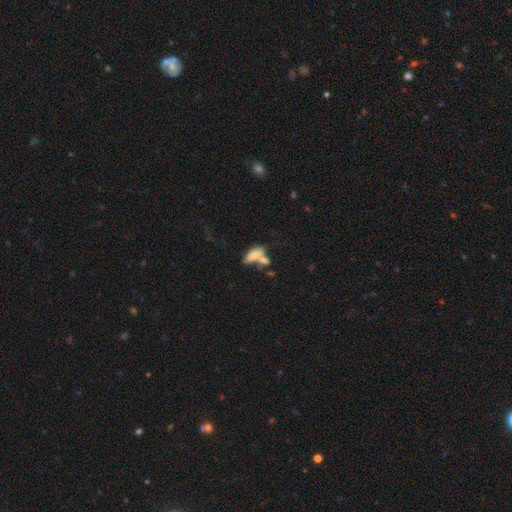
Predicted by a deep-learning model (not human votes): Smooth or featured: smooth — 70% (featured or disk — 21%)
How rounded: in between — 82% (cigar-shaped — 13%)
Merging: merger — 50% (none — 28%)